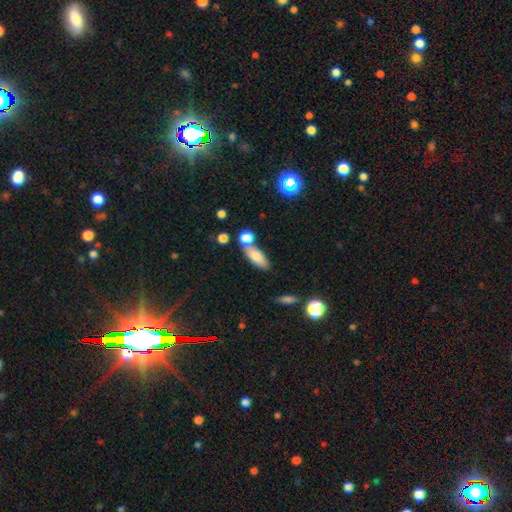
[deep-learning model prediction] smooth_or_featured: smooth (p=0.77) [alt: featured or disk p=0.14]
how_rounded: in between (p=0.72) [alt: cigar-shaped p=0.23]
merging: none (p=0.53) [alt: merger p=0.29]